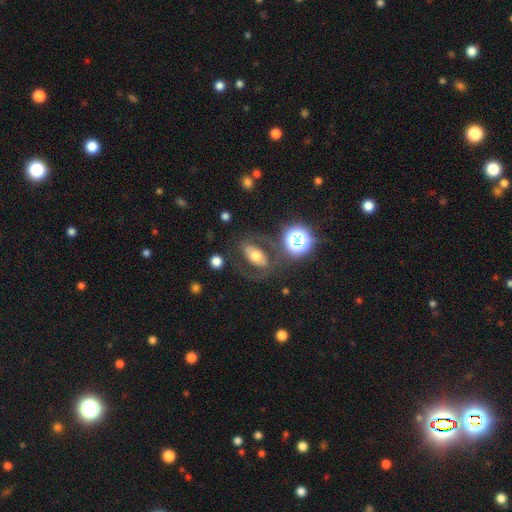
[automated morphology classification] Q: Smooth or featured?
A: featured or disk (48%); runner-up: smooth (39%)
Q: Merging?
A: none (67%); runner-up: major disturbance (14%)